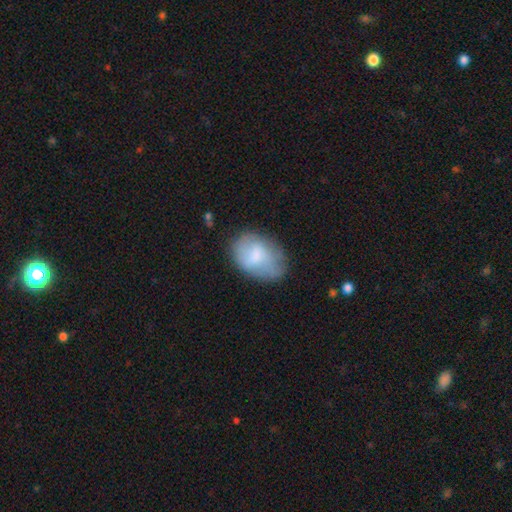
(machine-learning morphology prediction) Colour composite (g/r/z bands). It shows a smooth galaxy with no disk features (67%) that is in between round and cigar-shaped (84%). Merging: none (61%).